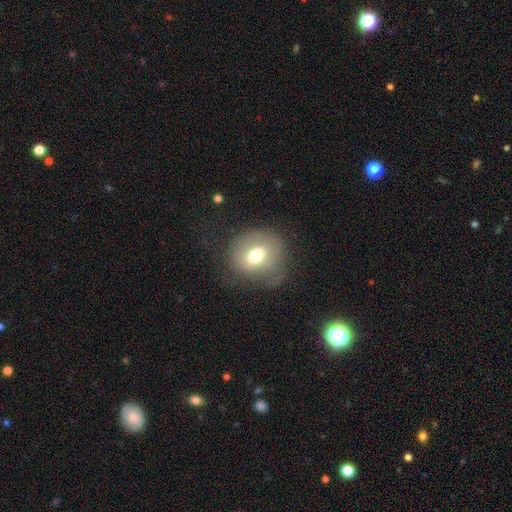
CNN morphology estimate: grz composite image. It shows a smooth galaxy with no disk features (64%) that is round (72%). Merging: none (51%).